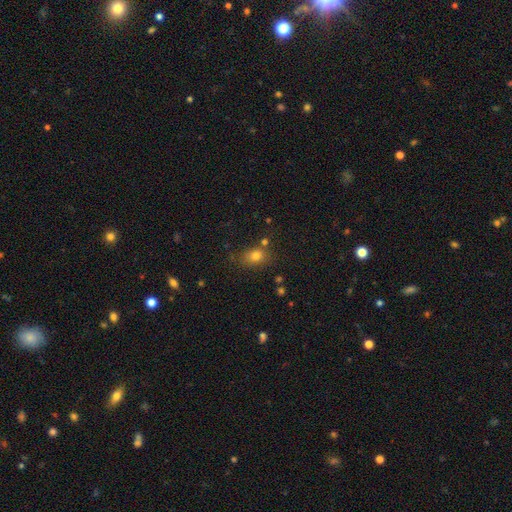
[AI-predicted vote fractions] This appears to be a smooth galaxy with no disk features (77%) that is in between round and cigar-shaped (67%). Merging: none (70%).